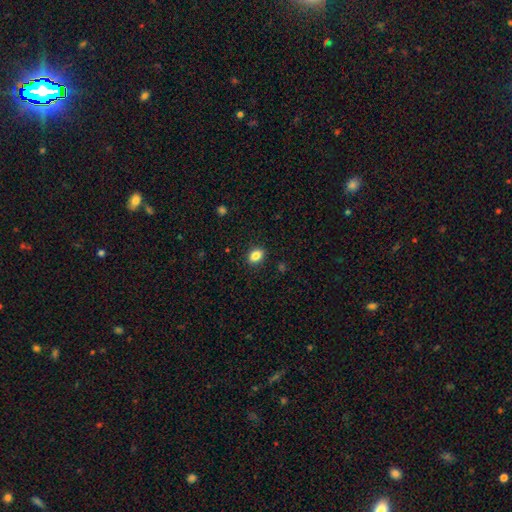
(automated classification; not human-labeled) Overall: smooth (86%). How rounded: in between (77%). Merging: none (89%).